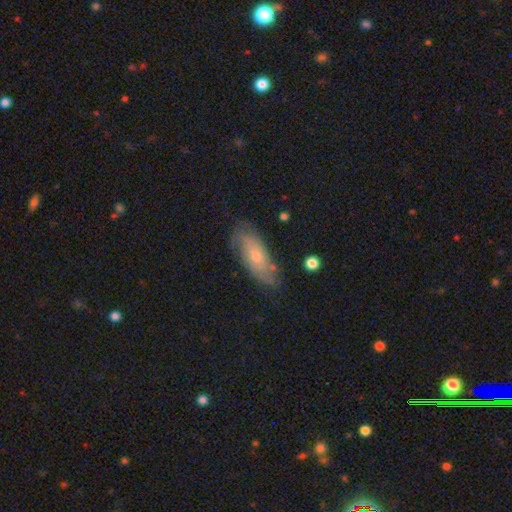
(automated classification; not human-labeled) Smooth or featured: smooth — 48% (featured or disk — 44%)
Merging: none — 72% (minor disturbance — 21%)